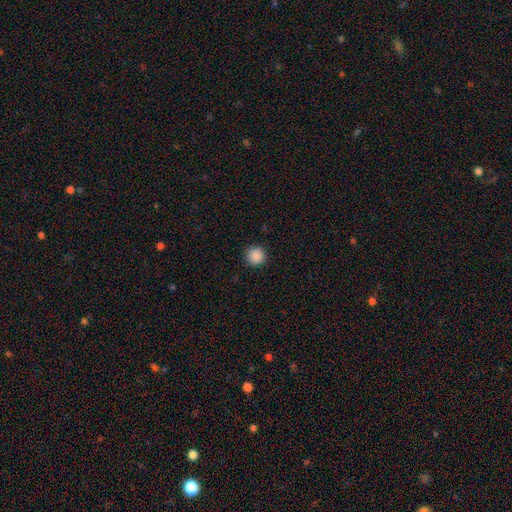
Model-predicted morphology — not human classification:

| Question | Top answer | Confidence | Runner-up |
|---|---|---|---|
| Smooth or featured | smooth | 88% | star or artifact (9%) |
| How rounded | round | 95% | in between (4%) |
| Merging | none | 92% | minor disturbance (5%) |